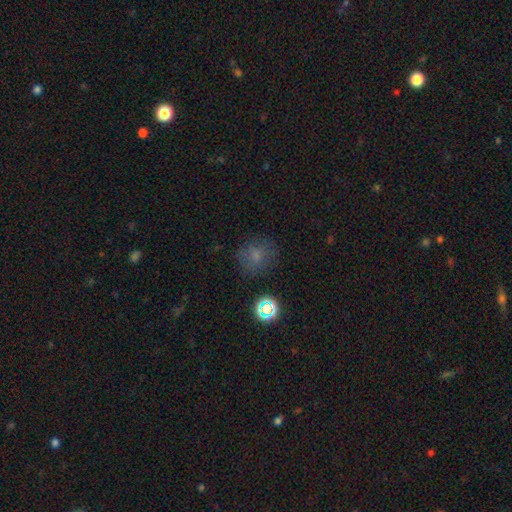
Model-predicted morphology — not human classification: Q: Smooth or featured?
A: smooth (69%); runner-up: star or artifact (20%)
Q: How rounded?
A: round (77%); runner-up: in between (22%)
Q: Merging?
A: none (75%); runner-up: minor disturbance (16%)